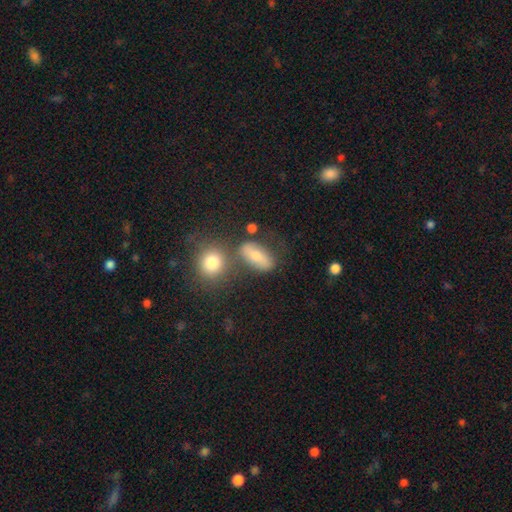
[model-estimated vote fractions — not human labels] This appears to be a smooth galaxy with no disk features (61%) that is in between round and cigar-shaped (72%). Merging: none (58%).